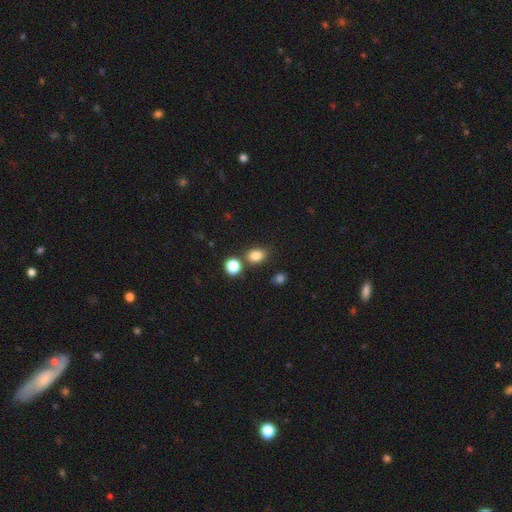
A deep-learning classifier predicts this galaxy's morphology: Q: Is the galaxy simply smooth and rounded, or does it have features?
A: smooth — 82%.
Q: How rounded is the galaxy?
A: in between — 62%.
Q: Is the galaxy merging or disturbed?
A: none — 73%.